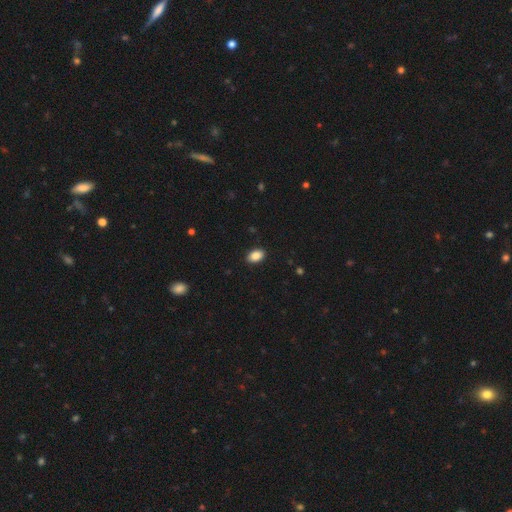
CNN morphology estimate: Smooth or featured? smooth (88%)
How rounded? in between (89%)
Merging? none (90%)